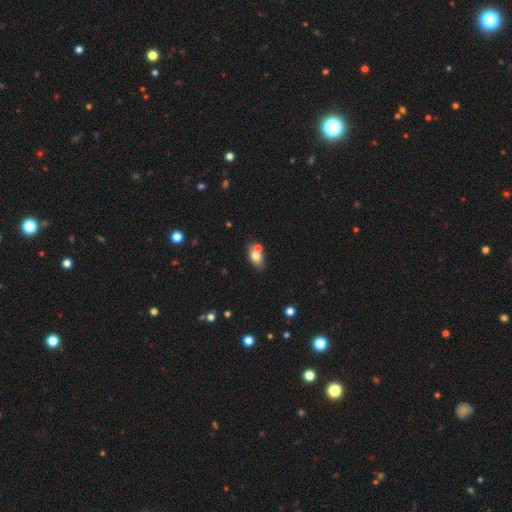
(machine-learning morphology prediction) A smooth galaxy with no disk features (73%) that is in between round and cigar-shaped (84%). Merging: none (53%).